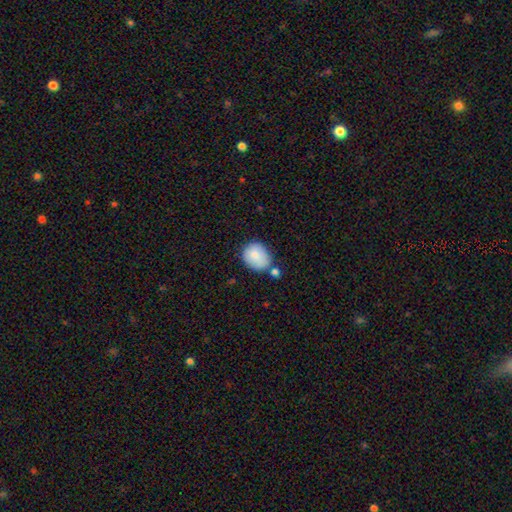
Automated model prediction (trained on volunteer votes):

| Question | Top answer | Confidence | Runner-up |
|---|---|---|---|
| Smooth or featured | smooth | 82% | featured or disk (11%) |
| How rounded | round | 52% | in between (47%) |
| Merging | none | 59% | minor disturbance (22%) |